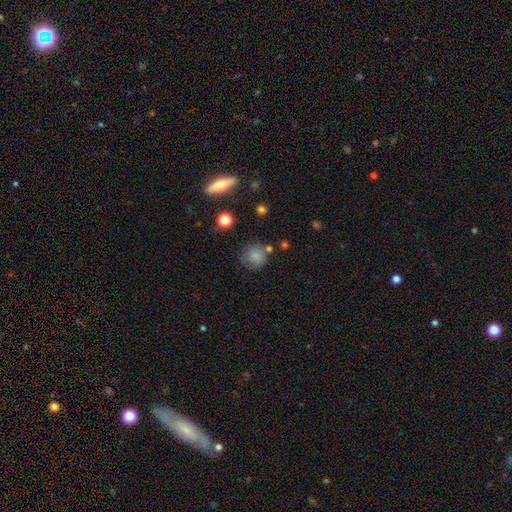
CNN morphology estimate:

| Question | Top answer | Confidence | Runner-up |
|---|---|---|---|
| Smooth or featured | smooth | 79% | star or artifact (11%) |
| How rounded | round | 88% | in between (11%) |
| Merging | none | 68% | minor disturbance (18%) |